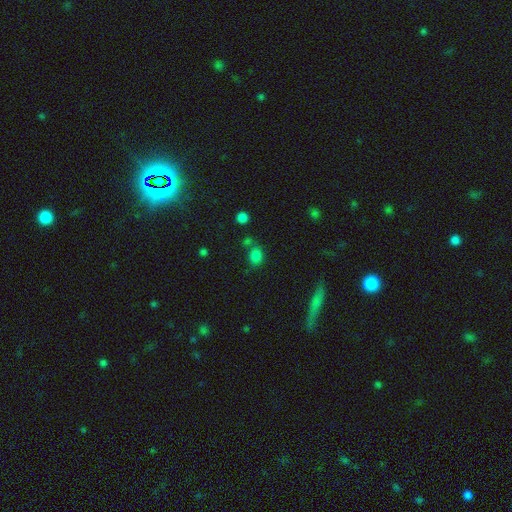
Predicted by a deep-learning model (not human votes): Smooth or featured?
  - smooth: 78% *
  - star or artifact: 16%
  - featured or disk: 5%
How rounded?
  - in between: 57% *
  - round: 41%
  - cigar-shaped: 1%
Merging?
  - none: 64% *
  - merger: 16%
  - minor disturbance: 15%
  - major disturbance: 5%